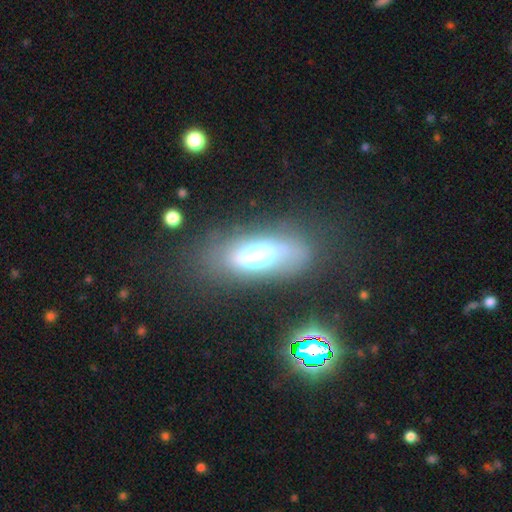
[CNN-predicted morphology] Smooth or featured: smooth — 58% (featured or disk — 26%)
How rounded: in between — 79% (cigar-shaped — 16%)
Merging: none — 67% (minor disturbance — 17%)